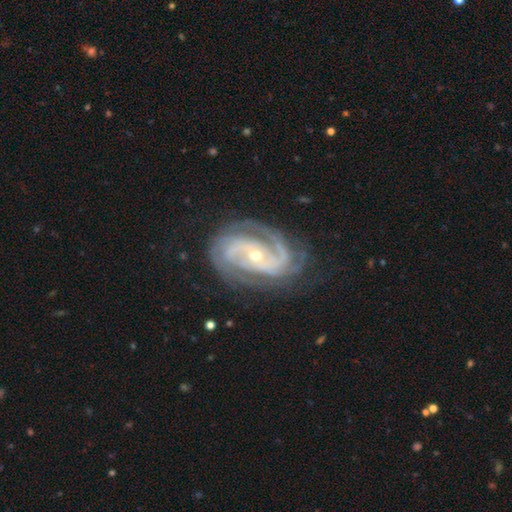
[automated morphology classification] smooth-or-featured: featured or disk: 92% | star or artifact: 5% | smooth: 3%
  disk-edge-on: no: 97% | yes: 3%
    bar: no: 52% | weak: 29% | strong: 19%
    has-spiral-arms: yes: 98% | no: 2%
      spiral-winding: tight: 59% | medium: 35% | loose: 6%
      spiral-arm-count: 2: 47% | 3: 25% | can't tell: 11% | 4: 7% | more than 4: 5% | 1: 5%
    bulge-size: small: 61% | moderate: 36% | large: 1% | none: 1% | dominant: 1%
  merging: none: 73% | minor disturbance: 17% | major disturbance: 8% | merger: 1%